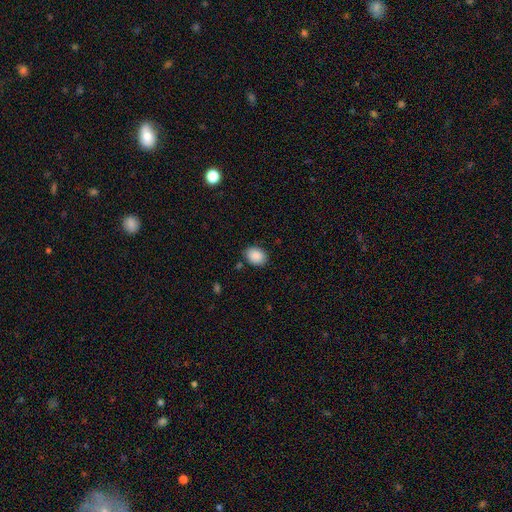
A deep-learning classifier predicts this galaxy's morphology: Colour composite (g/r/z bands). It shows a smooth galaxy with no disk features (89%) that is in between round and cigar-shaped (62%). Merging: none (84%).